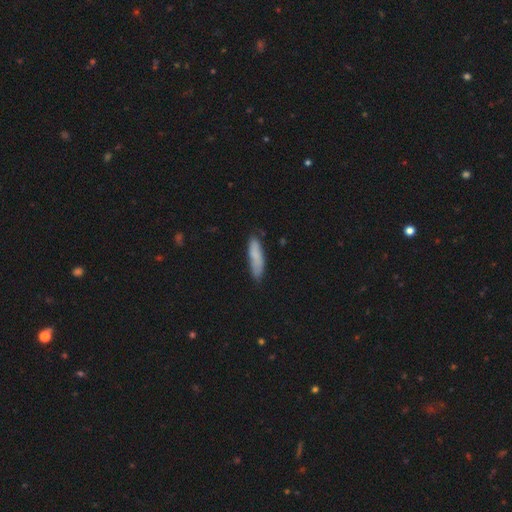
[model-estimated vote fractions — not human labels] smooth 80%, featured or disk 14%, star or artifact 6%. Down the decision tree: how rounded — cigar-shaped (72%); merging — none (74%).